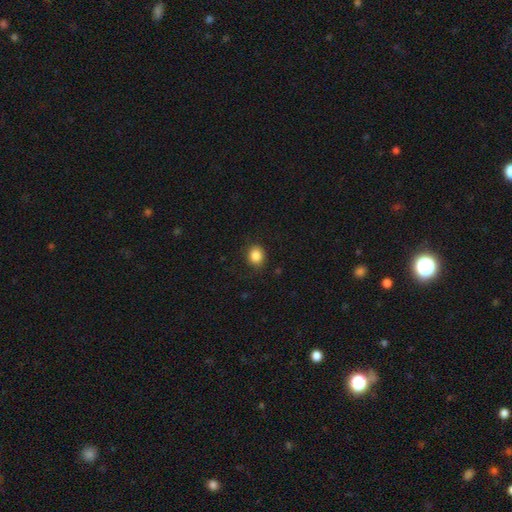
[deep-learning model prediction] A smooth galaxy with no disk features (86%) that is round (68%).

Vote fractions:
- Smooth or featured? smooth: 86% / star or artifact: 9% / featured or disk: 5%
- How rounded? round: 68% / in between: 32% / cigar-shaped: 1%
- Merging? none: 86% / minor disturbance: 10% / major disturbance: 3% / merger: 1%